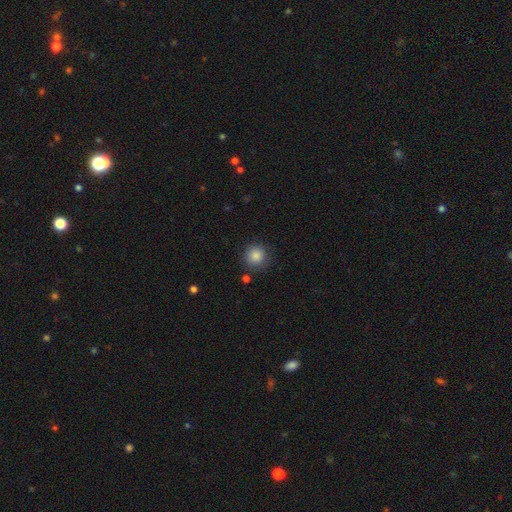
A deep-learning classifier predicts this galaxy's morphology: A smooth galaxy with no disk features (86%) that is round (93%). Merging: none (84%).